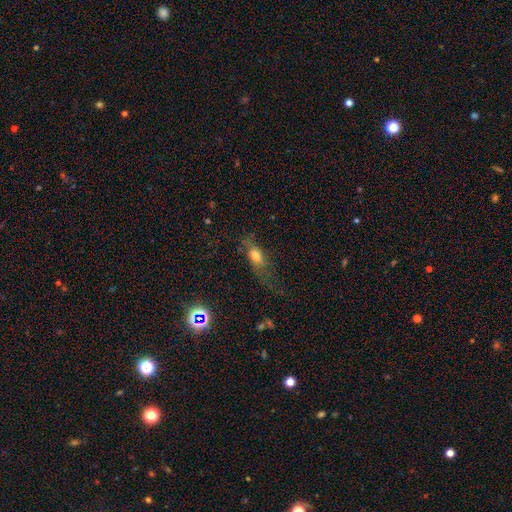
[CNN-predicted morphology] A smooth galaxy with no disk features (64%) that is in between round and cigar-shaped (66%).

Vote fractions:
- Smooth or featured? smooth: 64% / featured or disk: 24% / star or artifact: 12%
- How rounded? in between: 66% / cigar-shaped: 25% / round: 9%
- Merging? none: 43% / major disturbance: 30% / minor disturbance: 24% / merger: 3%